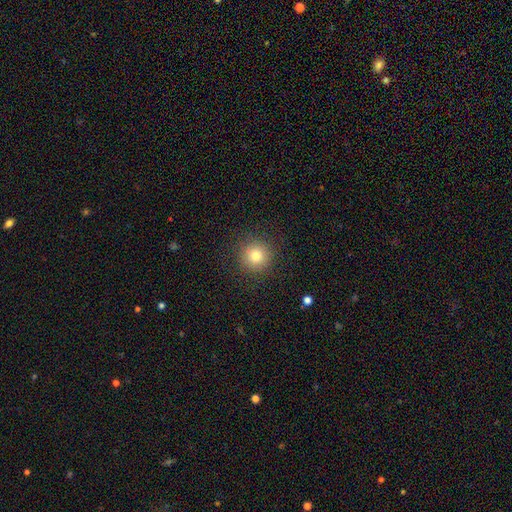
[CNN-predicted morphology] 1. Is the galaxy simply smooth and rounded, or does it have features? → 78% smooth, 13% star or artifact, 9% featured or disk.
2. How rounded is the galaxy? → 95% round, 4% in between, 1% cigar-shaped.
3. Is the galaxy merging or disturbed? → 89% none, 7% minor disturbance, 3% major disturbance, 1% merger.